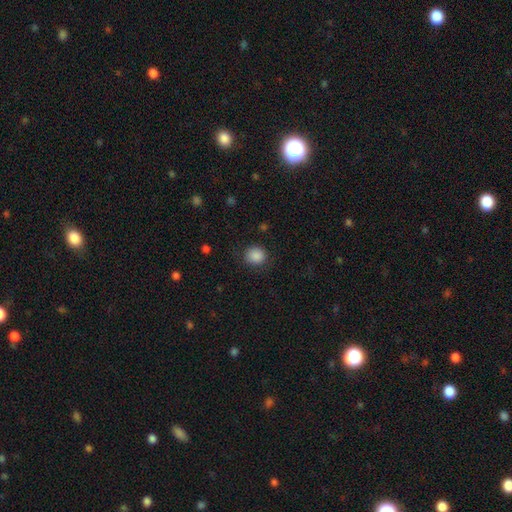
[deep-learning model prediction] Morphology: type=smooth (88%); roundness=round (85%); merging=none (87%).